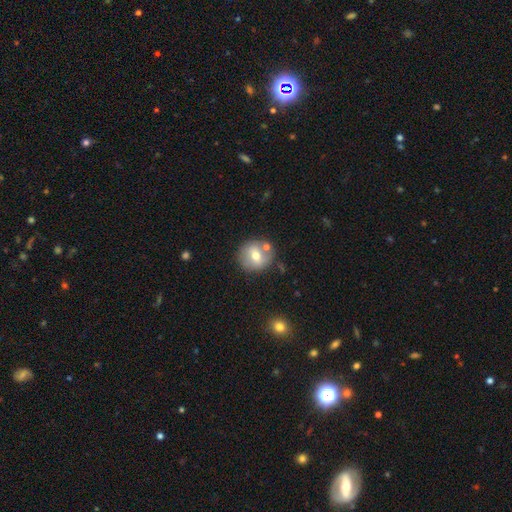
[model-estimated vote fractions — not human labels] Overall: smooth (62%; featured or disk 29%). How rounded: round (90%). Merging: none (73%).